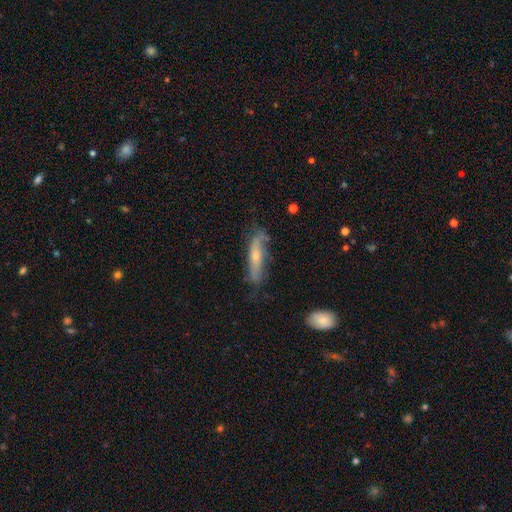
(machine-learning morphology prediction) Overall: featured or disk (59%; smooth 33%). Edge-on disk: yes (50%, tied with no). Merging: none (60%; minor disturbance 27%).